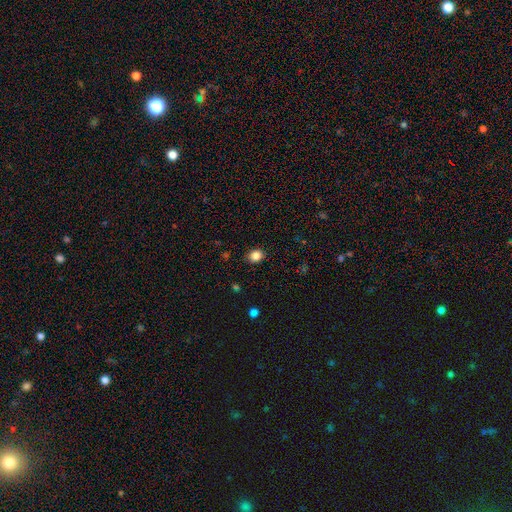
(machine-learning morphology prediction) smooth-or-featured: smooth: 85% | star or artifact: 11% | featured or disk: 4%
  how-rounded: round: 63% | in between: 36% | cigar-shaped: 1%
  merging: none: 89% | minor disturbance: 8% | major disturbance: 2% | merger: 1%